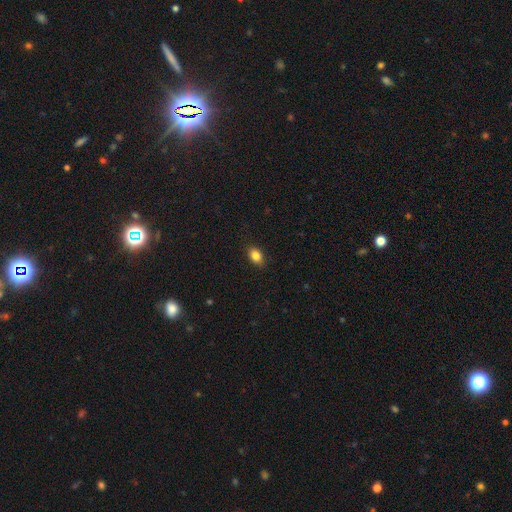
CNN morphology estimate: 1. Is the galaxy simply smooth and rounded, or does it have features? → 84% smooth, 9% star or artifact, 7% featured or disk.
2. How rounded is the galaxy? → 79% in between, 18% round, 2% cigar-shaped.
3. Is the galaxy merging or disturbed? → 86% none, 11% minor disturbance, 2% major disturbance, 1% merger.